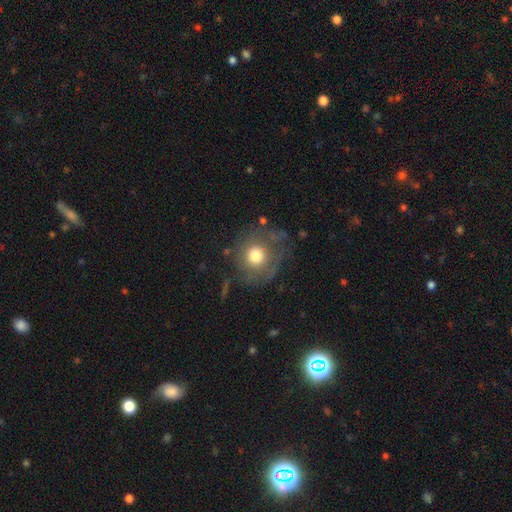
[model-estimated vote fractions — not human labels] smooth 61%, featured or disk 29%, star or artifact 10%. Down the decision tree: how rounded — round (89%); merging — none (61%).